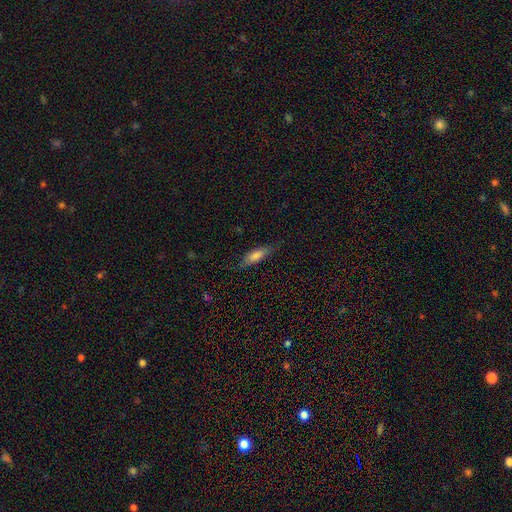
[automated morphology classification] Smooth or featured? smooth (70%)
How rounded? in between (52%)
Merging? none (77%)